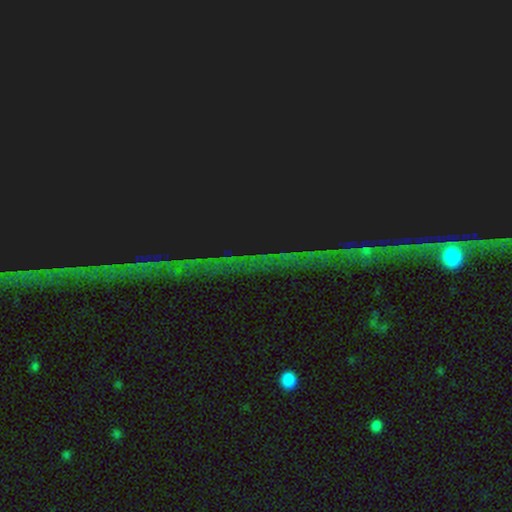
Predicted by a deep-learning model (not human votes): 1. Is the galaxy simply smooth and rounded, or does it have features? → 83% star or artifact, 8% featured or disk, 8% smooth.